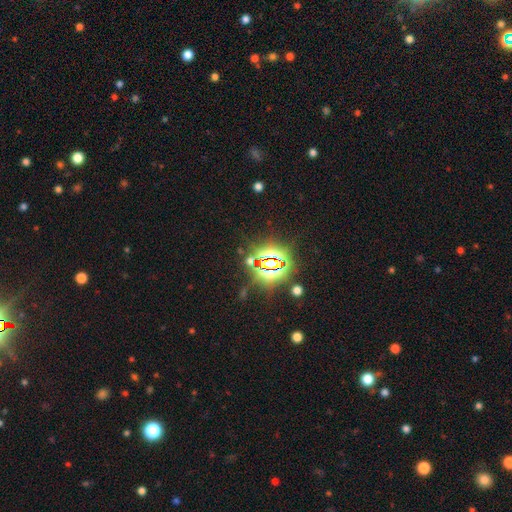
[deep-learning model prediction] A star or artifact, not a galaxy (81%).

Vote fractions:
- Smooth or featured? star or artifact: 81% / smooth: 11% / featured or disk: 8%